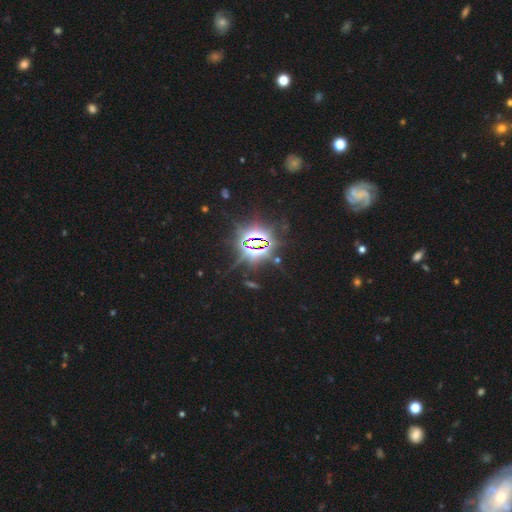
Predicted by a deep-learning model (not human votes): star or artifact 82%, featured or disk 10%, smooth 8%.